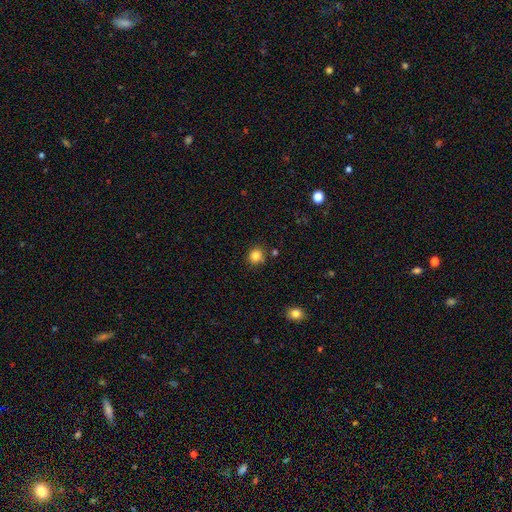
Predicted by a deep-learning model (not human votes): A smooth galaxy with no disk features (84%) that is round (88%). Merging: none (85%).